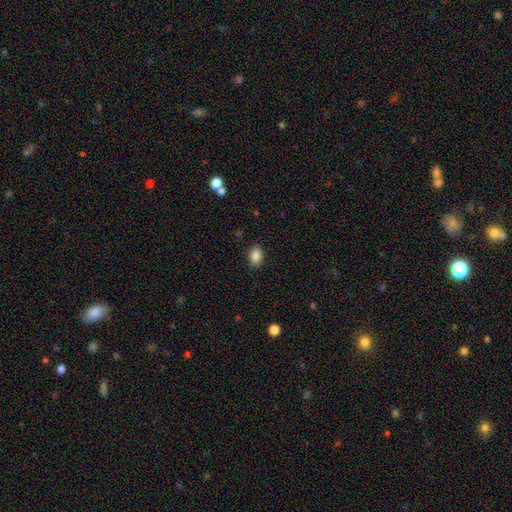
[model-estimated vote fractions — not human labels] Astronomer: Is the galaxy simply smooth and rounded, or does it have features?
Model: smooth — 86%.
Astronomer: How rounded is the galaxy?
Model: in between — 87%.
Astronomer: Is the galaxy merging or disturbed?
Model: none — 88%.